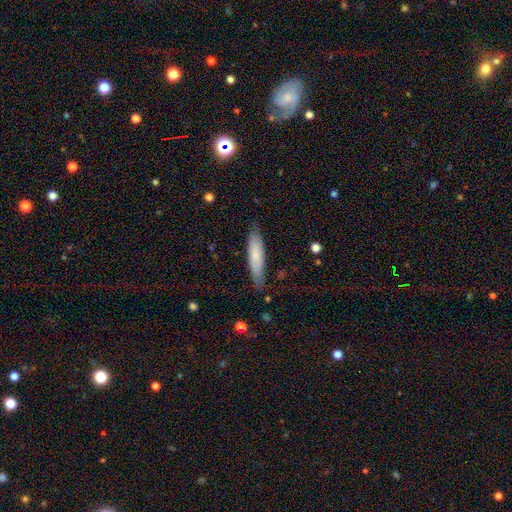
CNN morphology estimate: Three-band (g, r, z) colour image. It shows a smooth galaxy with no disk features (77%) that is cigar-shaped (79%). Merging: none (83%).